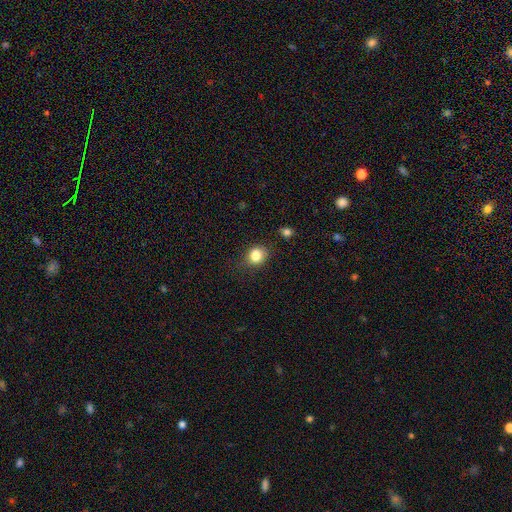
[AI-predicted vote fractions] Smooth or featured: smooth — 83% (star or artifact — 11%)
How rounded: round — 66% (in between — 34%)
Merging: none — 79% (minor disturbance — 15%)